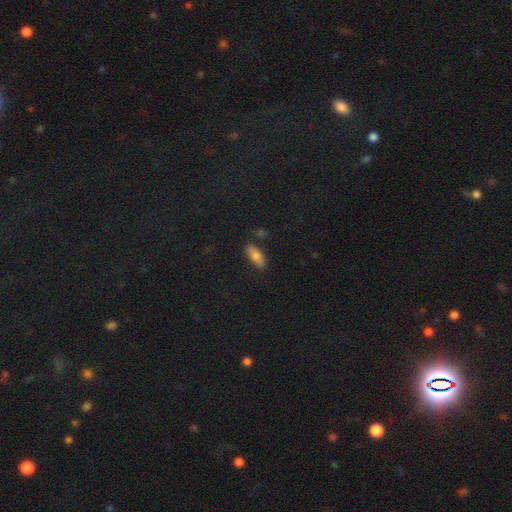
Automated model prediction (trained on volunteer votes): smooth 78%, featured or disk 12%, star or artifact 10%. Down the decision tree: how rounded — in between (82%); merging — none (81%).